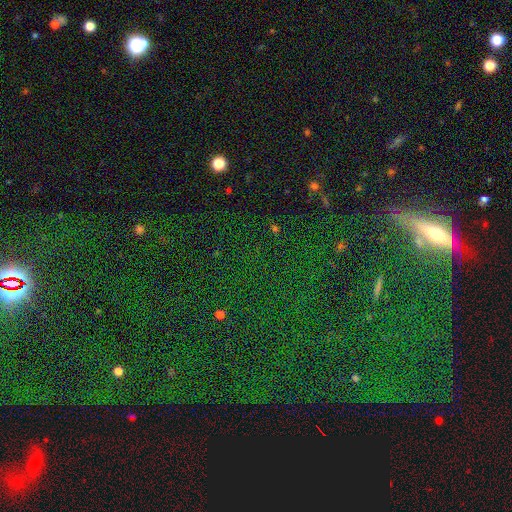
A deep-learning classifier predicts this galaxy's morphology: Q: Smooth or featured?
A: star or artifact (67%); runner-up: smooth (17%)